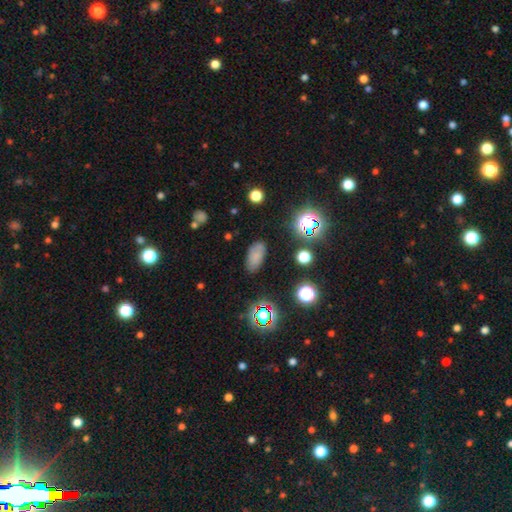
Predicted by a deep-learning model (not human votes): Smooth or featured? smooth (75%)
How rounded? in between (91%)
Merging? none (82%)